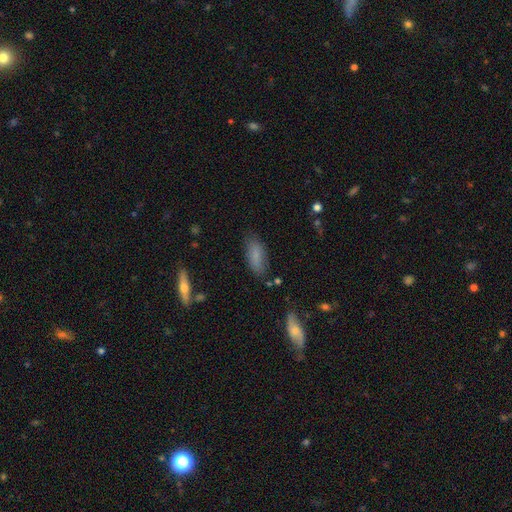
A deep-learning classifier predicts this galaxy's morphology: smooth-or-featured: smooth: 79% | featured or disk: 13% | star or artifact: 8%
  how-rounded: in between: 78% | cigar-shaped: 20% | round: 2%
  merging: none: 76% | minor disturbance: 17% | major disturbance: 4% | merger: 2%